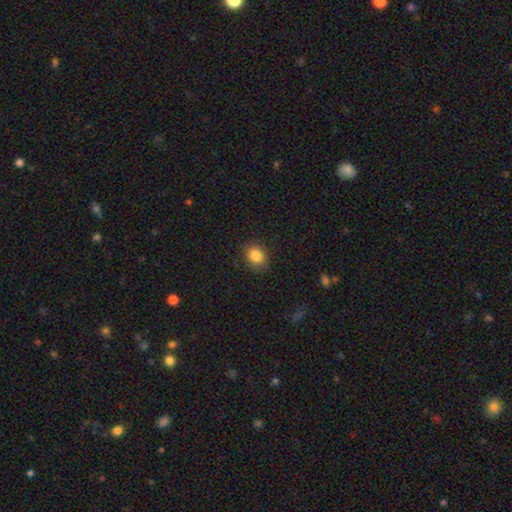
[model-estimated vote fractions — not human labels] The model was most divided on "how rounded": round: 61%, in between: 38%, cigar-shaped: 1%. More confident: merging — none (87%); smooth or featured — smooth (84%).